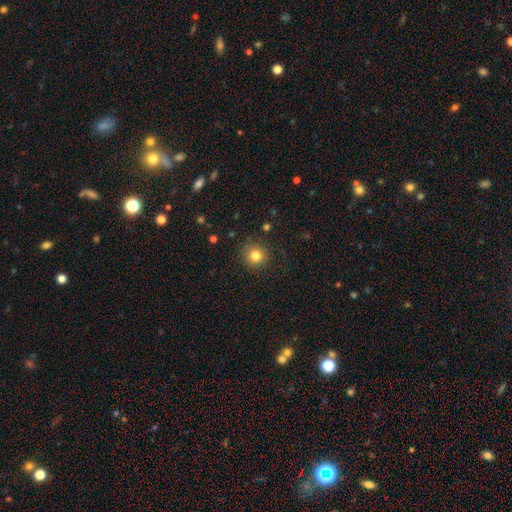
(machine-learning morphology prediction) Overall: smooth (82%). How rounded: round (93%). Merging: none (87%).